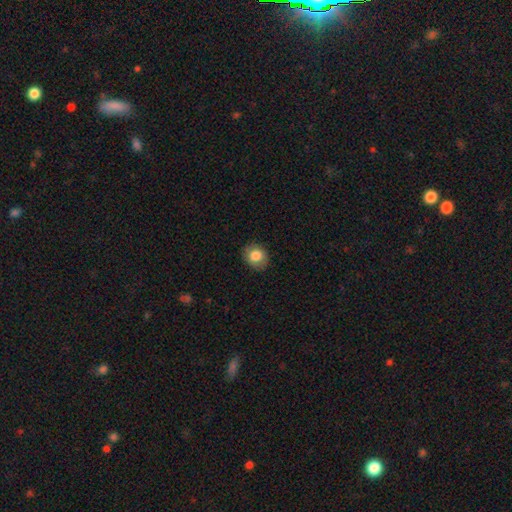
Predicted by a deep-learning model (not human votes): Smooth or featured: smooth — 83% (featured or disk — 8%)
How rounded: round — 66% (in between — 33%)
Merging: none — 87% (minor disturbance — 10%)